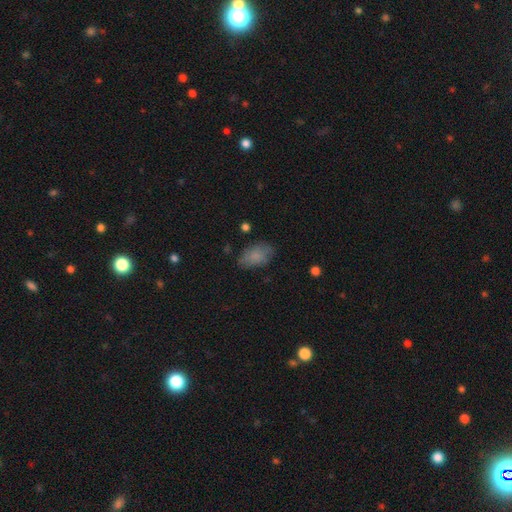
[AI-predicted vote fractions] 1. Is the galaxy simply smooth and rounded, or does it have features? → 81% smooth, 11% featured or disk, 8% star or artifact.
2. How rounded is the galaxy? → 91% in between, 7% round, 2% cigar-shaped.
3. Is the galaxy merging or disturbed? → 73% none, 20% minor disturbance, 6% major disturbance, 2% merger.